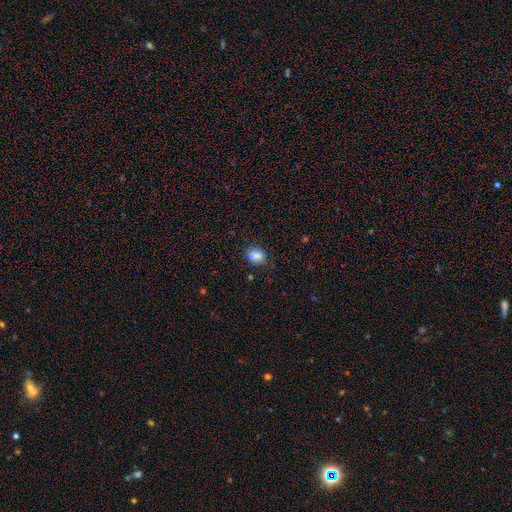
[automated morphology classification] Smooth or featured? smooth (84%)
How rounded? in between (62%)
Merging? none (80%)